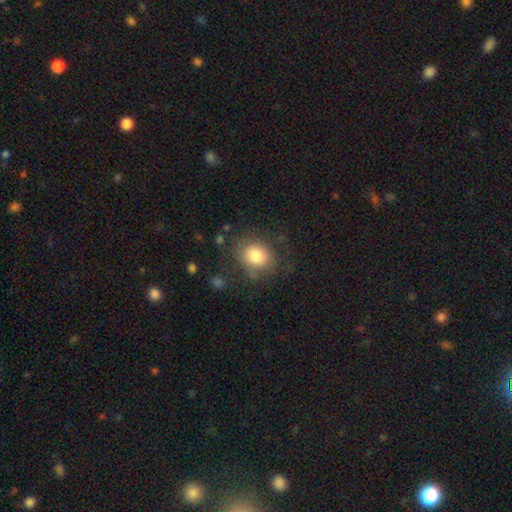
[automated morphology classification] This is likely a smooth galaxy (79%). How rounded: possibly round (59%). Merging: likely none (71%).